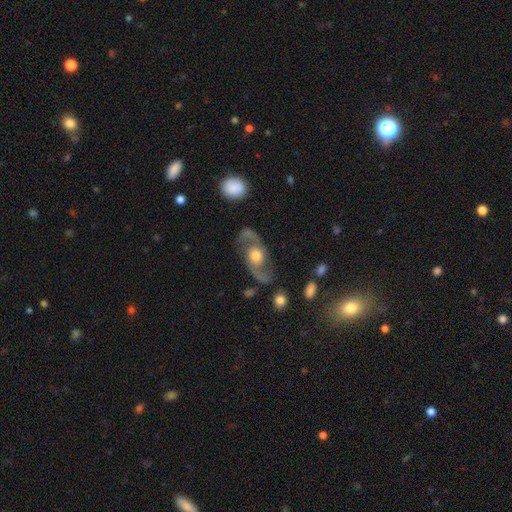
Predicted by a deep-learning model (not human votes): This is clearly a featured or disk galaxy (84%). It is clearly not viewed edge-on (94%). Bar: likely no (70%). Spiral arm pattern: clearly yes (92%). Spiral arm count: clearly 2 (93%). Spiral winding: possibly loose (54%). Central bulge: likely moderate (61%). Merging: likely none (71%).